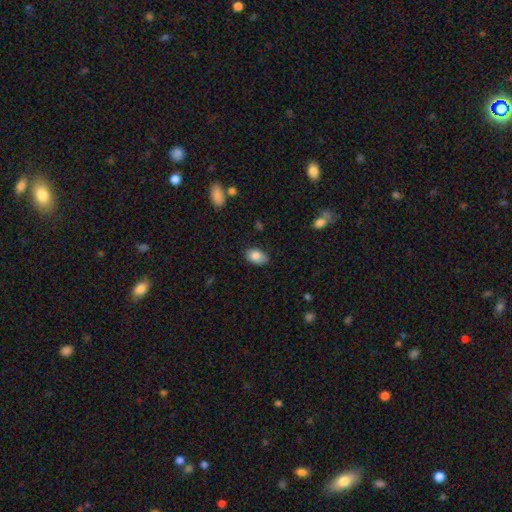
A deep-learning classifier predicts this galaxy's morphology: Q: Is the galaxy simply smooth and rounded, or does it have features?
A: smooth — 85%.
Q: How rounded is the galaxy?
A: in between — 88%.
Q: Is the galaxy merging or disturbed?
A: none — 78%.